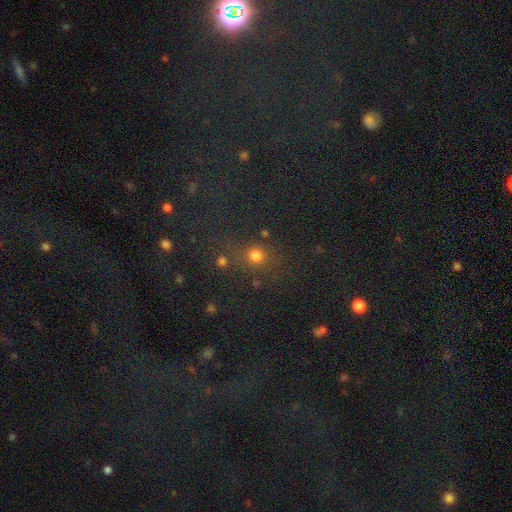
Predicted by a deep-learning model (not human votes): smooth_or_featured: smooth (p=0.70) [alt: star or artifact p=0.23]
how_rounded: round (p=0.85) [alt: in between p=0.13]
merging: none (p=0.69) [alt: merger p=0.12]